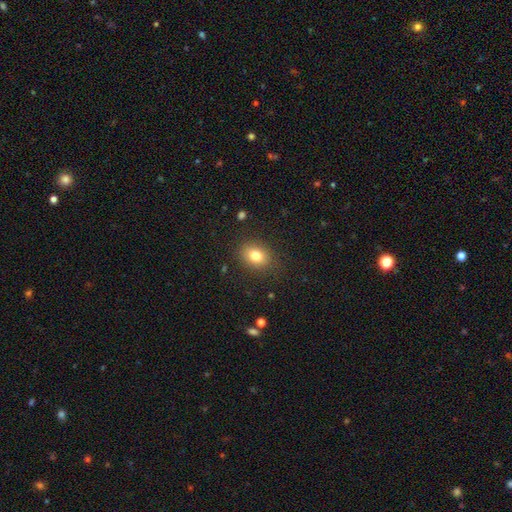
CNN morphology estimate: Smooth or featured? Predicted: smooth (p=0.80). How rounded? Predicted: in between (p=0.58). Merging? Predicted: none (p=0.85).